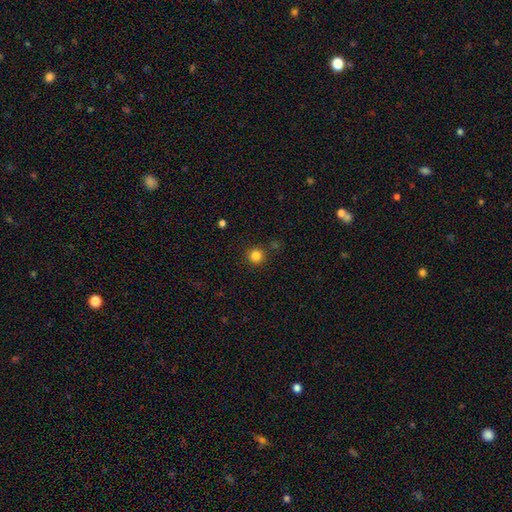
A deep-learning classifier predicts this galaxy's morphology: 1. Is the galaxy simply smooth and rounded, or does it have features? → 83% smooth, 13% star or artifact, 4% featured or disk.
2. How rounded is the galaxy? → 95% round, 4% in between, 1% cigar-shaped.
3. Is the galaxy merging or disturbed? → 88% none, 6% minor disturbance, 3% merger, 2% major disturbance.